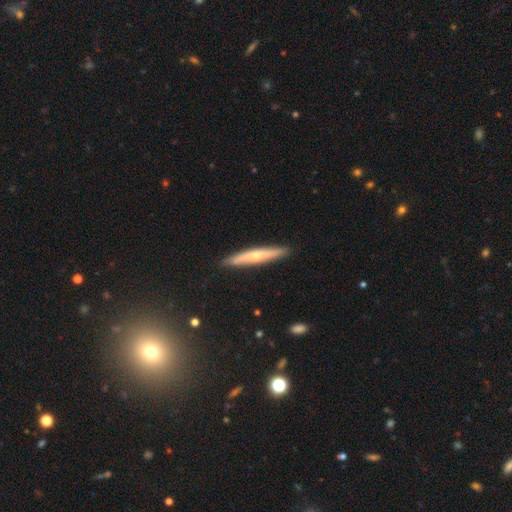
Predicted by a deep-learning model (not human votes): This is possibly a featured or disk galaxy (52%). It is clearly viewed edge-on (89%). Merging: clearly none (89%).